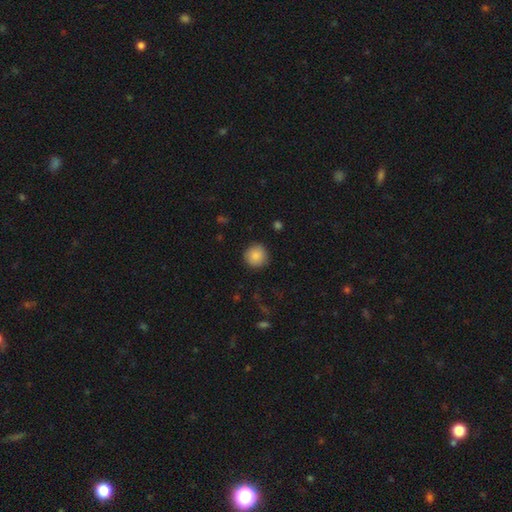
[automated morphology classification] Smooth or featured: smooth — 87% (star or artifact — 8%)
How rounded: round — 95% (in between — 4%)
Merging: none — 90% (minor disturbance — 7%)